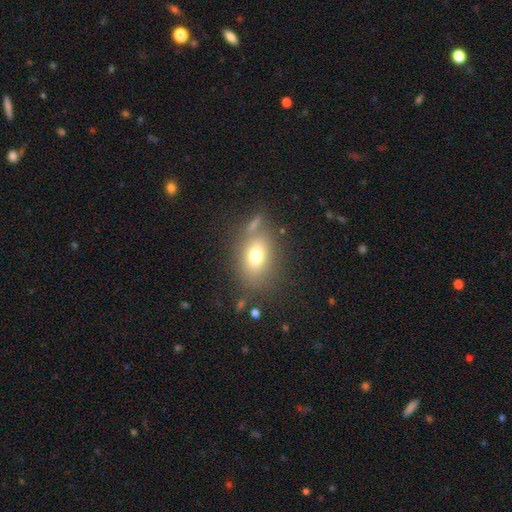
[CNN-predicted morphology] The model was most divided on "merging": none: 67%, minor disturbance: 15%, merger: 11%, major disturbance: 7%. More confident: how rounded — in between (75%); smooth or featured — smooth (73%).